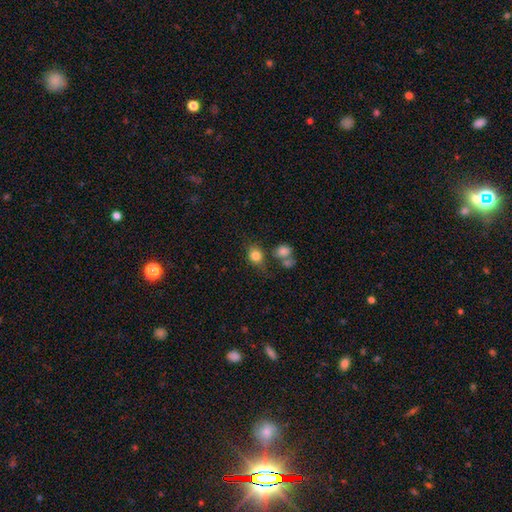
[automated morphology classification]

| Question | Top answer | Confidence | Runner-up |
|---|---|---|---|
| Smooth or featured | smooth | 82% | star or artifact (11%) |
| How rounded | round | 63% | in between (36%) |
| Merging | none | 61% | minor disturbance (17%) |